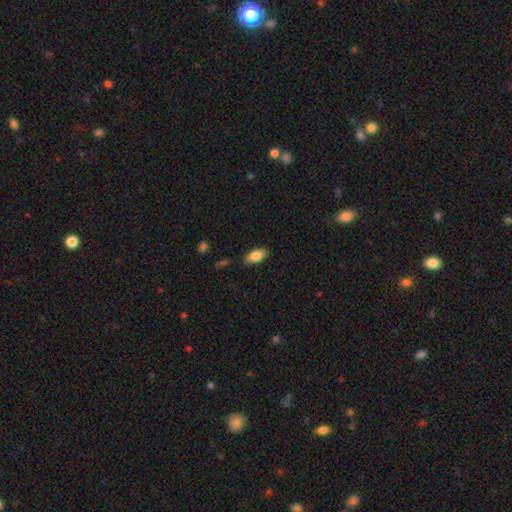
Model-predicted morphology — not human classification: This appears to be a smooth galaxy with no disk features (83%) that is in between round and cigar-shaped (90%). Merging: none (85%).